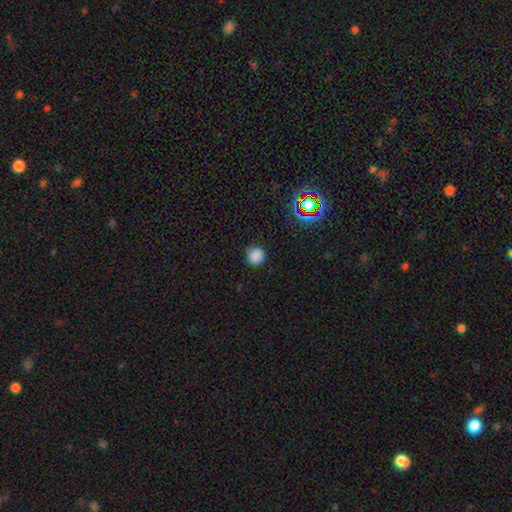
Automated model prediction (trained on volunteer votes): Smooth or featured? smooth (83%)
How rounded? round (93%)
Merging? none (87%)